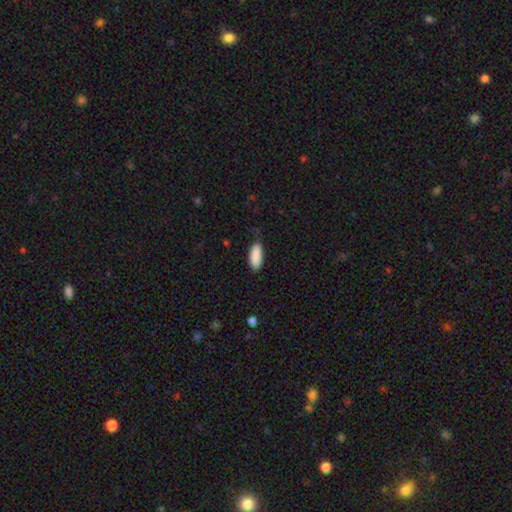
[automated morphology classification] A smooth galaxy with no disk features (90%) that is in between round and cigar-shaped (82%).

Vote fractions:
- Smooth or featured? smooth: 90% / star or artifact: 6% / featured or disk: 4%
- How rounded? in between: 82% / cigar-shaped: 16% / round: 2%
- Merging? none: 81% / minor disturbance: 15% / major disturbance: 3% / merger: 1%